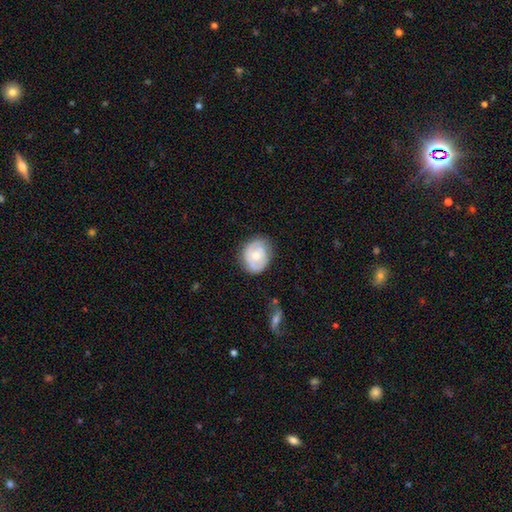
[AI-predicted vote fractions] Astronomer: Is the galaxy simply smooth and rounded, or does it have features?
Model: smooth — 48% (runner-up: featured or disk, 46%).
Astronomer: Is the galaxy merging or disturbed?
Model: none — 70%.